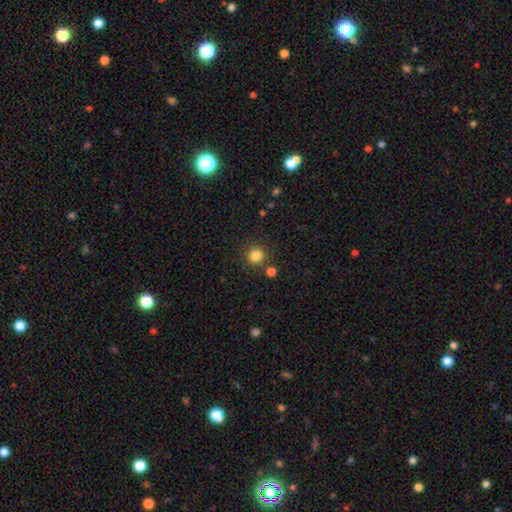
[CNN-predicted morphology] A smooth galaxy with no disk features (83%) that is round (93%).

Vote fractions:
- Smooth or featured? smooth: 83% / star or artifact: 12% / featured or disk: 5%
- How rounded? round: 93% / in between: 6% / cigar-shaped: 1%
- Merging? none: 83% / minor disturbance: 7% / merger: 7% / major disturbance: 3%